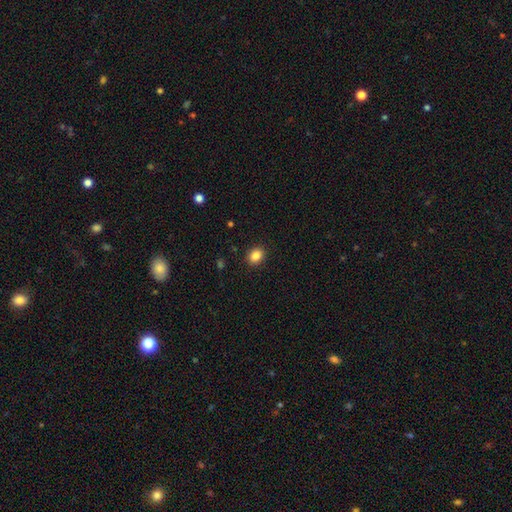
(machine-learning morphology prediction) A smooth galaxy with no disk features (86%) that is in between round and cigar-shaped (53%). Merging: none (90%).